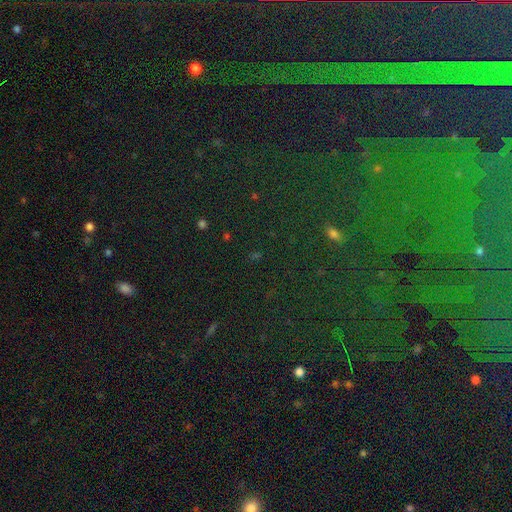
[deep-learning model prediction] This appears to be a star or artifact, not a galaxy (68%).